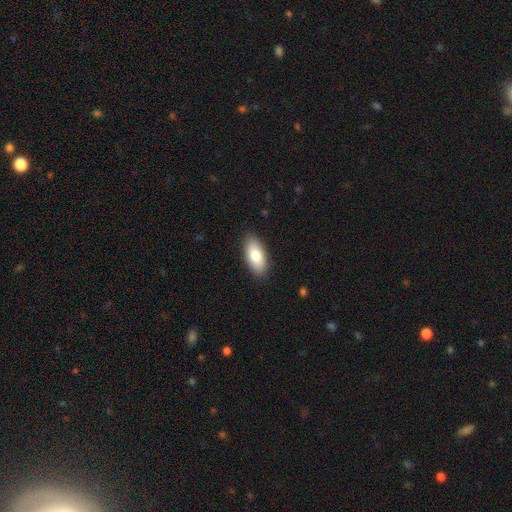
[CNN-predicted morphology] Q: Smooth or featured?
A: smooth (79%); runner-up: featured or disk (15%)
Q: How rounded?
A: in between (91%); runner-up: cigar-shaped (7%)
Q: Merging?
A: none (88%); runner-up: minor disturbance (9%)